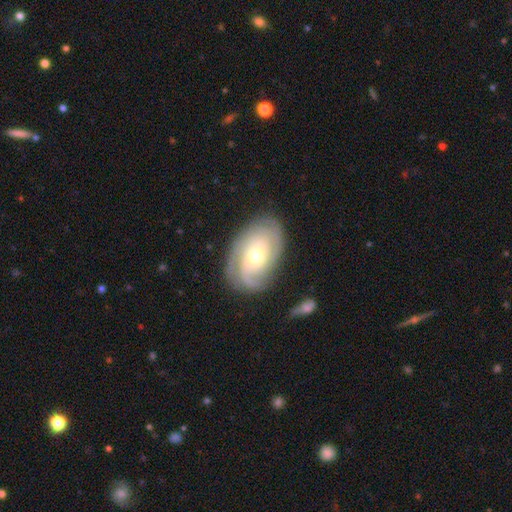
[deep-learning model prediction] featured or disk 79%, smooth 16%, star or artifact 6%. Down the decision tree: edge-on disk — no (95%); bar — no (73%); spiral arms — yes (93%); spiral arm count — can't tell (33%); spiral winding — tight (64%); bulge size — moderate (50%); merging — none (77%).